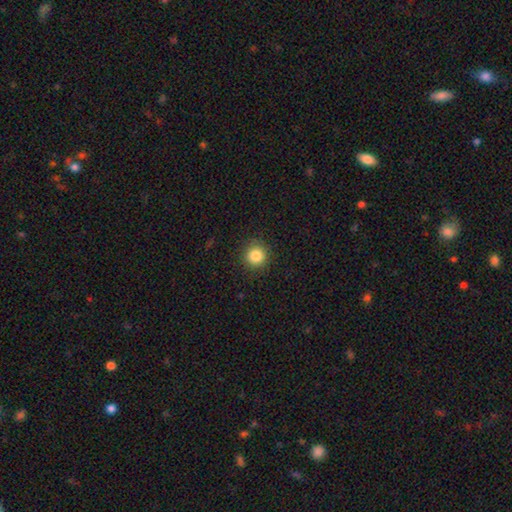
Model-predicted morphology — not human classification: Smooth or featured? smooth (84%)
How rounded? round (94%)
Merging? none (89%)